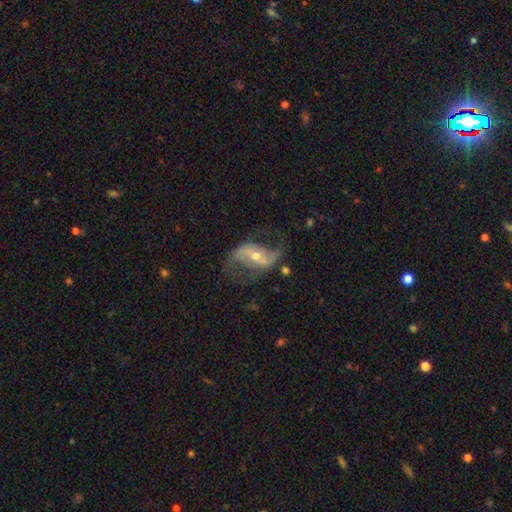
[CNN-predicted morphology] Smooth or featured?
  - featured or disk: 87% *
  - smooth: 7%
  - star or artifact: 6%
Edge-on disk?
  - no: 96% *
  - yes: 4%
Bar?
  - strong: 40% *
  - weak: 36%
  - no: 24%
Spiral arms?
  - yes: 94% *
  - no: 6%
Spiral winding?
  - loose: 72% *
  - medium: 22%
  - tight: 5%
Spiral arm count?
  - 2: 92% *
  - can't tell: 3%
  - 1: 3%
  - 3: 1%
  - 4: 1%
  - more than 4: 1%
Bulge size?
  - small: 48% * (tied)
  - moderate: 48% * (tied)
  - large: 2%
  - none: 1%
  - dominant: 1%
Merging?
  - none: 67% *
  - minor disturbance: 18%
  - major disturbance: 13%
  - merger: 2%